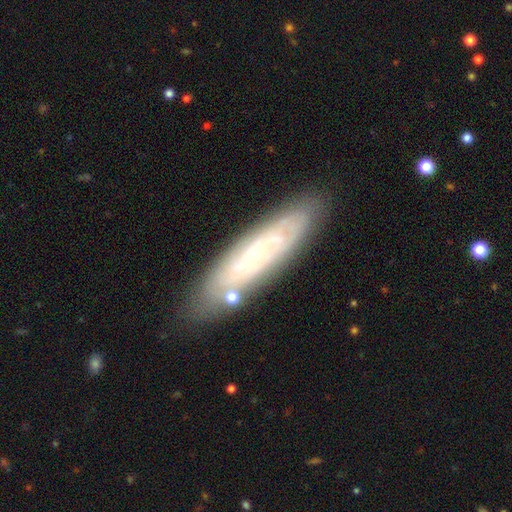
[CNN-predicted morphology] featured or disk 69%, smooth 24%, star or artifact 7%. Down the decision tree: edge-on disk — no (78%); bar — no (81%); spiral arms — yes (72%); bulge size — small (82%); merging — none (80%).